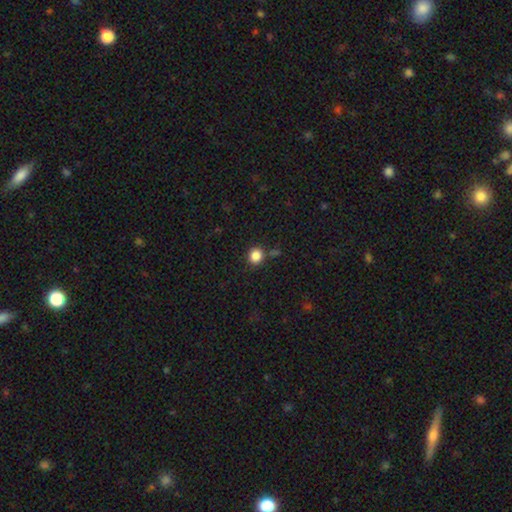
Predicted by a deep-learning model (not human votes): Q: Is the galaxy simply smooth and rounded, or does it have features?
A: smooth — 86%.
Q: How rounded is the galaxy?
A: round — 84%.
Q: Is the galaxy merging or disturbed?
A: none — 82%.